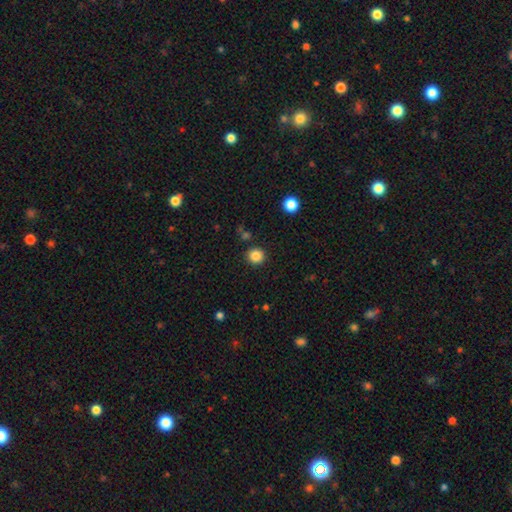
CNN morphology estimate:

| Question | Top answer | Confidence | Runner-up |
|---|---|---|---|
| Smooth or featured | smooth | 85% | star or artifact (11%) |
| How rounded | round | 92% | in between (7%) |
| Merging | none | 90% | minor disturbance (6%) |